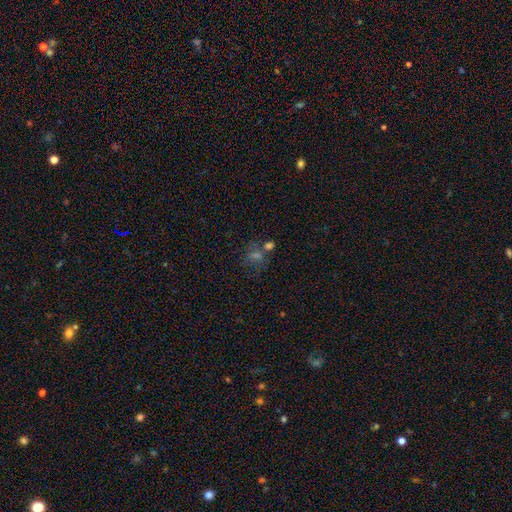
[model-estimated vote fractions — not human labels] This appears to be a smooth galaxy with no disk features (39%). Merging: none (59%).